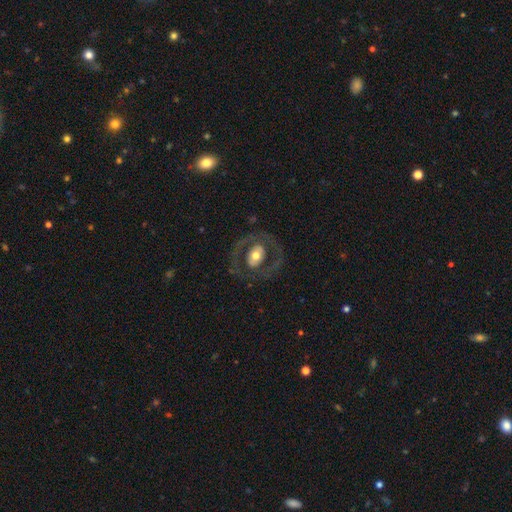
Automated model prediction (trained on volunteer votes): smooth-or-featured: featured or disk: 58% | smooth: 36% | star or artifact: 6%
  disk-edge-on: no: 94% | yes: 6%
    bar: no: 71% | weak: 19% | strong: 10%
    has-spiral-arms: no: 74% | yes: 26%
    bulge-size: moderate: 64% | large: 23% | small: 9% | dominant: 2% | none: 1%
  merging: none: 75% | major disturbance: 12% | minor disturbance: 11% | merger: 1%